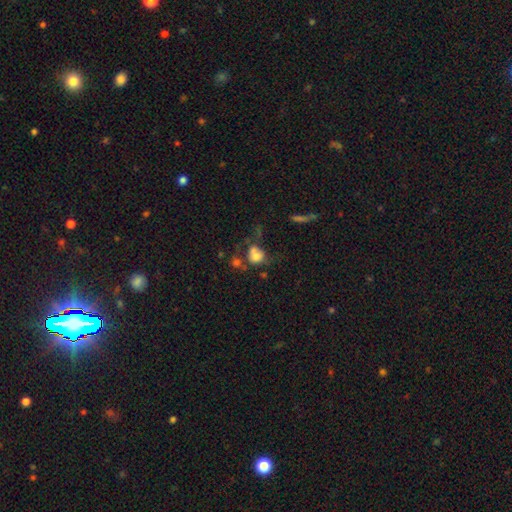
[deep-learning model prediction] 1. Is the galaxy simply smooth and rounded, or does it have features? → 63% smooth, 24% featured or disk, 13% star or artifact.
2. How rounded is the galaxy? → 57% round, 41% in between, 1% cigar-shaped.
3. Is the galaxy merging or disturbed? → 35% merger, 26% major disturbance, 25% none, 14% minor disturbance.